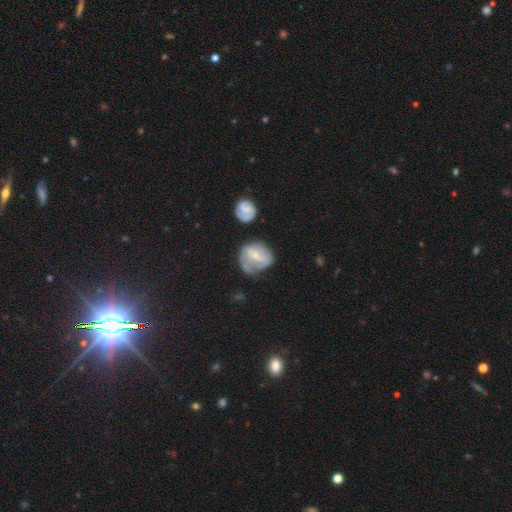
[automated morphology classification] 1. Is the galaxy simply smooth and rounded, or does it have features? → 63% featured or disk, 30% smooth, 7% star or artifact.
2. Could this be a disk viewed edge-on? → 96% no, 4% yes.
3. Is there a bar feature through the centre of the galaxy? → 49% weak, 27% strong, 24% no.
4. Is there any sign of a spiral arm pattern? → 74% yes, 26% no.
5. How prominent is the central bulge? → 64% small, 28% moderate, 6% none, 2% large, 1% dominant.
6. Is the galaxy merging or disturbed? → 44% none, 27% minor disturbance, 19% major disturbance, 10% merger.